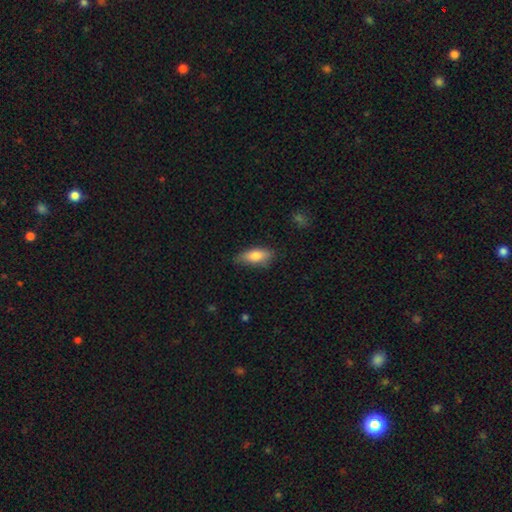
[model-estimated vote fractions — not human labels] A smooth galaxy with no disk features (80%) that is in between round and cigar-shaped (79%). Merging: none (71%).